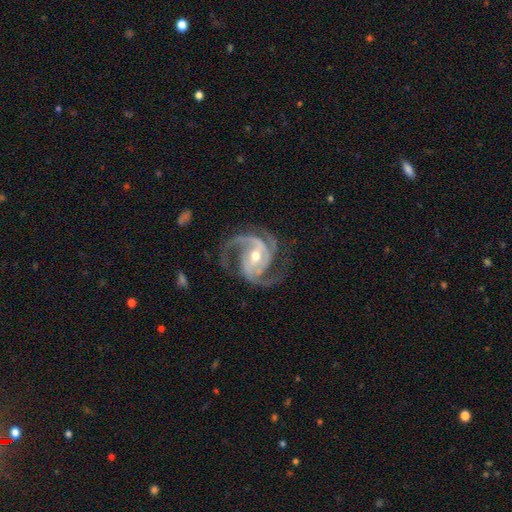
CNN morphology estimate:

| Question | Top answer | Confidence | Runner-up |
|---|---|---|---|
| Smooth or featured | featured or disk | 93% | star or artifact (4%) |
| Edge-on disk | no | 98% | yes (2%) |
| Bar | weak | 38% | strong (33%) |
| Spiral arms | yes | 99% | no (1%) |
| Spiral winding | medium | 59% | tight (28%) |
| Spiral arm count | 3 | 50% | 2 (34%) |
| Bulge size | moderate | 65% | small (31%) |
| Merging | none | 71% | minor disturbance (16%) |